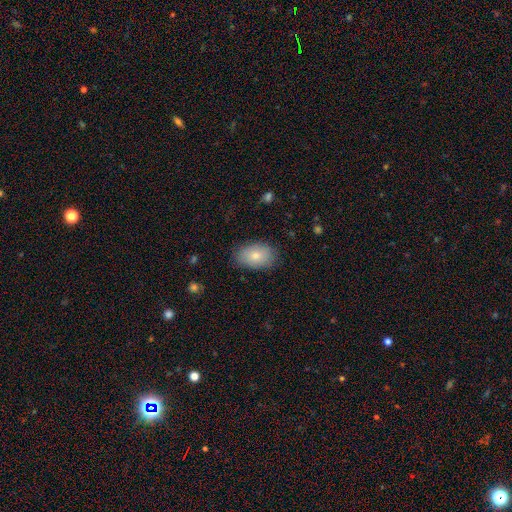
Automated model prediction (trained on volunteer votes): This is likely a smooth galaxy (78%). How rounded: clearly in between (89%). Merging: clearly none (82%).